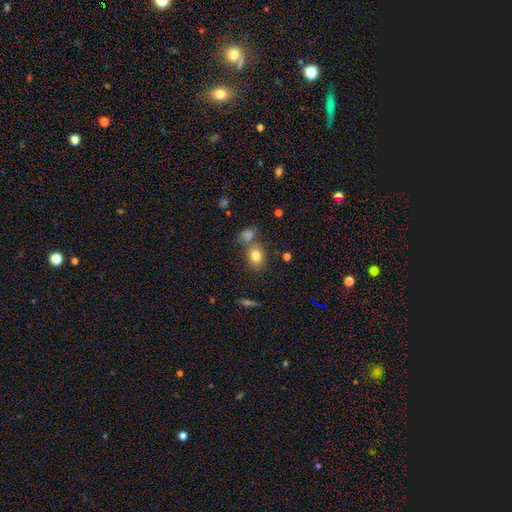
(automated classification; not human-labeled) smooth_or_featured: smooth (p=0.79) [alt: star or artifact p=0.11]
how_rounded: in between (p=0.63) [alt: round p=0.35]
merging: none (p=0.62) [alt: merger p=0.21]